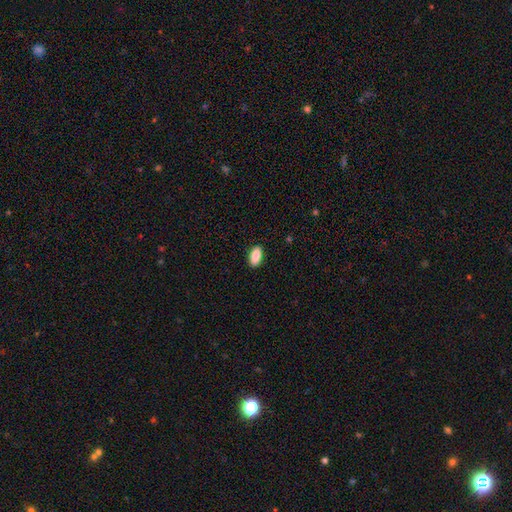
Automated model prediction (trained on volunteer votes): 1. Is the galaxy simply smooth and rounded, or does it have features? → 88% smooth, 7% star or artifact, 5% featured or disk.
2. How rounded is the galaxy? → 91% in between, 7% cigar-shaped, 3% round.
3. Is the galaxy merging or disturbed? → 89% none, 8% minor disturbance, 2% major disturbance, 1% merger.